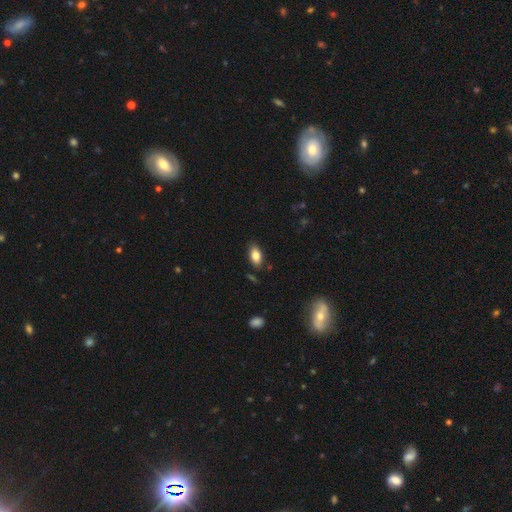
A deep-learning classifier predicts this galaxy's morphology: A smooth galaxy with no disk features (82%) that is in between round and cigar-shaped (91%). Merging: none (82%).